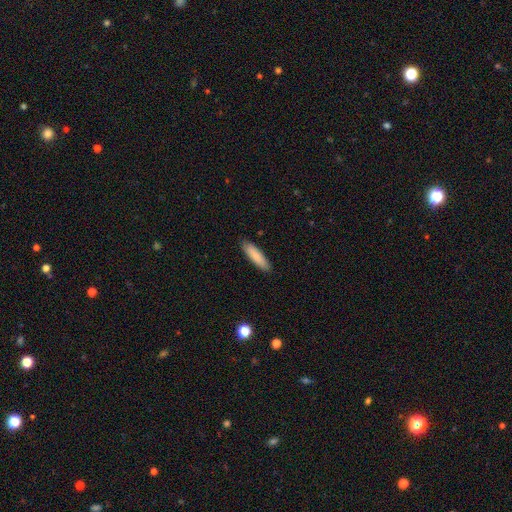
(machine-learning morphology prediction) A smooth galaxy with no disk features (85%) that is cigar-shaped (69%).

Vote fractions:
- Smooth or featured? smooth: 85% / featured or disk: 10% / star or artifact: 6%
- How rounded? cigar-shaped: 69% / in between: 30% / round: 1%
- Merging? none: 89% / minor disturbance: 8% / major disturbance: 2% / merger: 1%